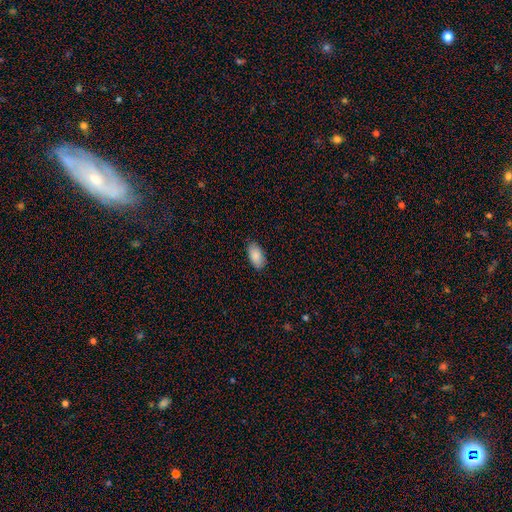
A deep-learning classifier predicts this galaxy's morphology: This appears to be a smooth galaxy with no disk features (88%) that is in between round and cigar-shaped (95%). Merging: none (85%).